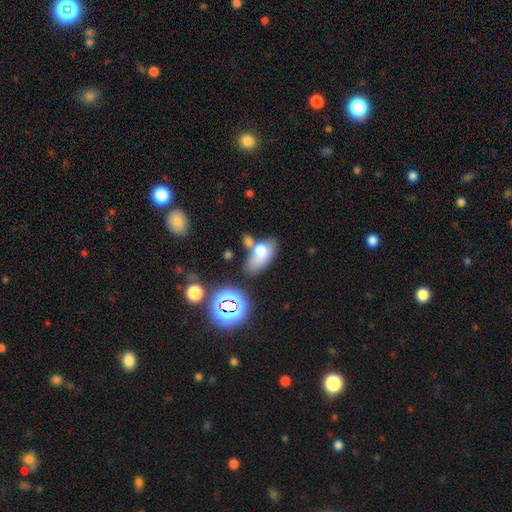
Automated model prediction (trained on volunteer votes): Morphology: type=smooth (44%); merging=none (71%).